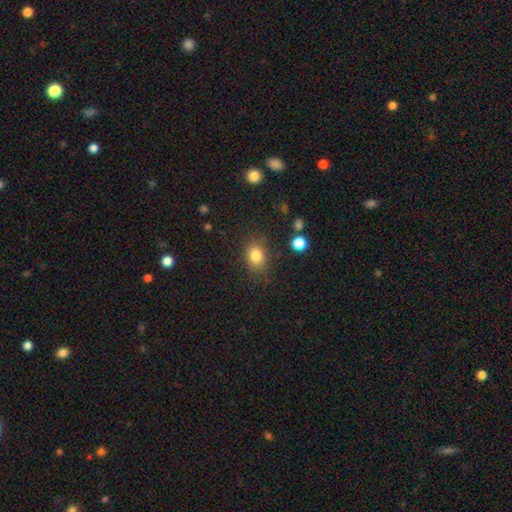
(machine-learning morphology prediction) Smooth or featured?
  - smooth: 82% *
  - star or artifact: 11%
  - featured or disk: 7%
How rounded?
  - in between: 57% *
  - round: 42%
  - cigar-shaped: 1%
Merging?
  - none: 81% *
  - minor disturbance: 13%
  - major disturbance: 4%
  - merger: 2%